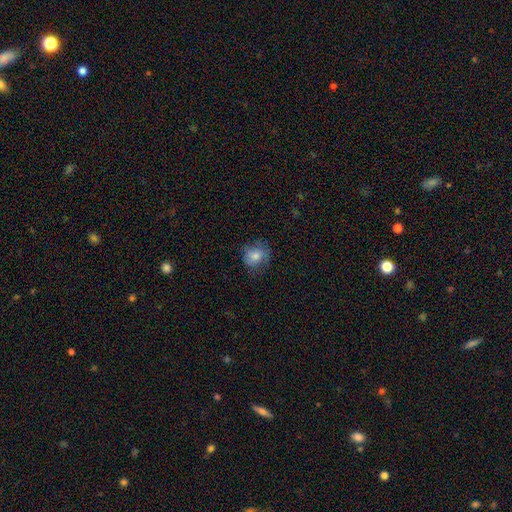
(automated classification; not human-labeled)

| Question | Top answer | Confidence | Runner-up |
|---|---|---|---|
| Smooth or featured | smooth | 75% | featured or disk (16%) |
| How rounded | round | 69% | in between (30%) |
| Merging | none | 65% | minor disturbance (23%) |